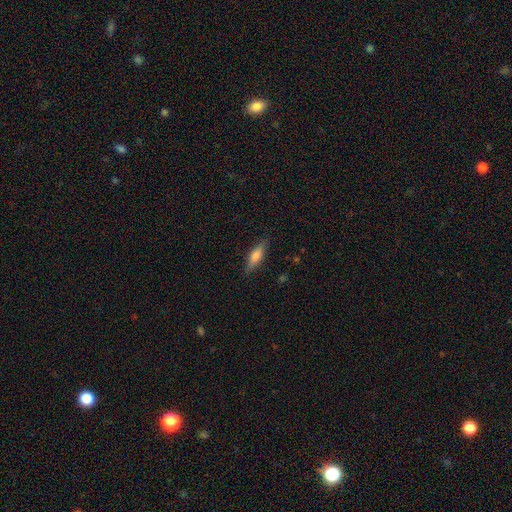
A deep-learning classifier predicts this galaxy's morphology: smooth_or_featured: smooth (p=0.56) [alt: featured or disk p=0.38]
how_rounded: cigar-shaped (p=0.64) [alt: in between p=0.34]
merging: none (p=0.87) [alt: minor disturbance p=0.10]